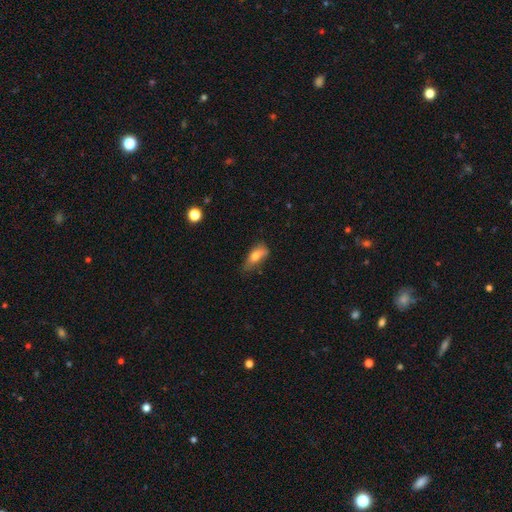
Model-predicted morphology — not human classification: A smooth galaxy with no disk features (75%) that is in between round and cigar-shaped (77%). Merging: none (48%).